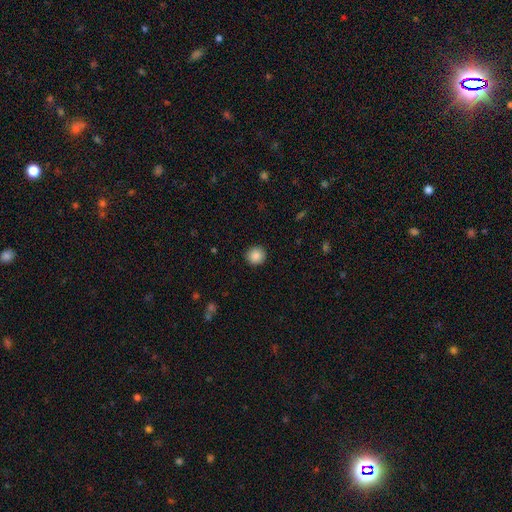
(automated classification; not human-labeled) This appears to be a smooth galaxy with no disk features (88%) that is round (93%). Merging: none (91%).